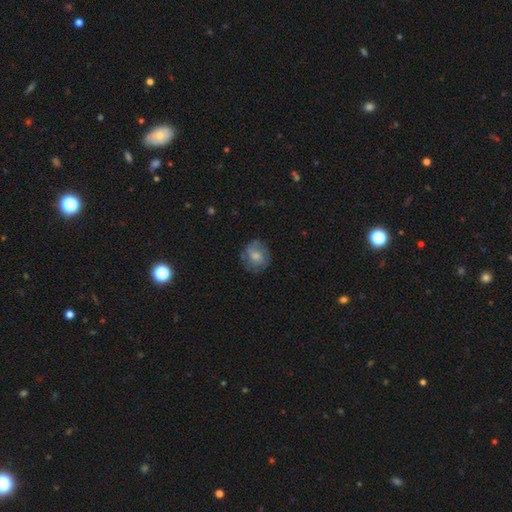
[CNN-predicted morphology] smooth_or_featured: smooth (p=0.59) [alt: featured or disk p=0.33]
how_rounded: round (p=0.78) [alt: in between p=0.21]
merging: none (p=0.71) [alt: minor disturbance p=0.20]